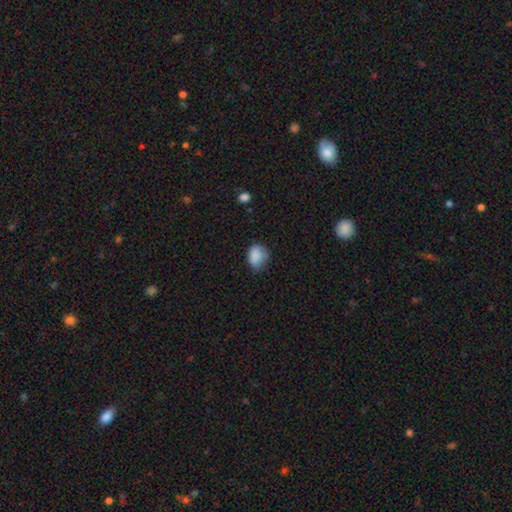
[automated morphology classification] This is clearly a smooth galaxy (84%). How rounded: possibly in between (55%). Merging: possibly none (54%).